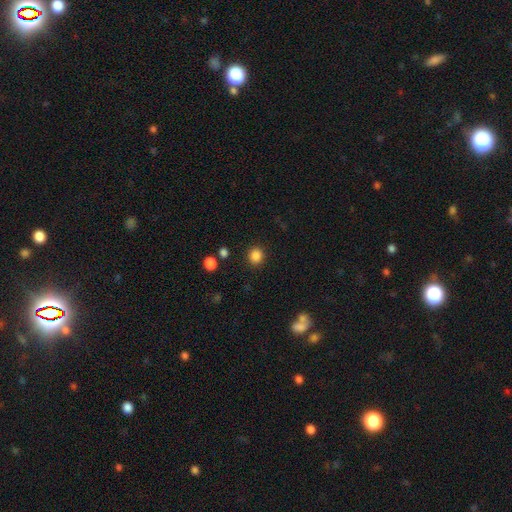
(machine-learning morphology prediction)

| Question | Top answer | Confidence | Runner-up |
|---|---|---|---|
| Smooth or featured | smooth | 86% | star or artifact (11%) |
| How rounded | round | 88% | in between (11%) |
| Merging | none | 90% | minor disturbance (6%) |